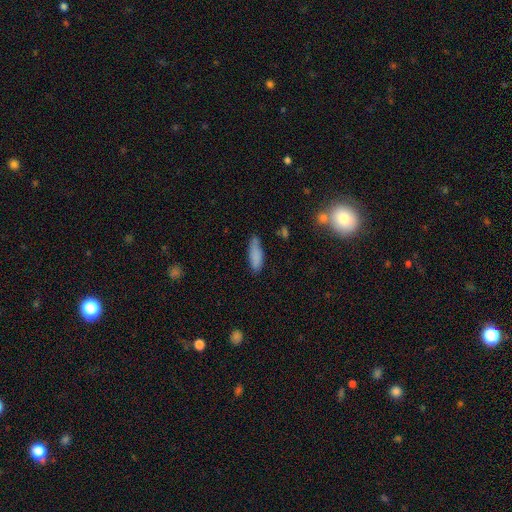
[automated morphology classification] A smooth galaxy with no disk features (84%) that is in between round and cigar-shaped (59%).

Vote fractions:
- Smooth or featured? smooth: 84% / featured or disk: 8% / star or artifact: 8%
- How rounded? in between: 59% / cigar-shaped: 39% / round: 2%
- Merging? none: 64% / minor disturbance: 27% / major disturbance: 6% / merger: 4%